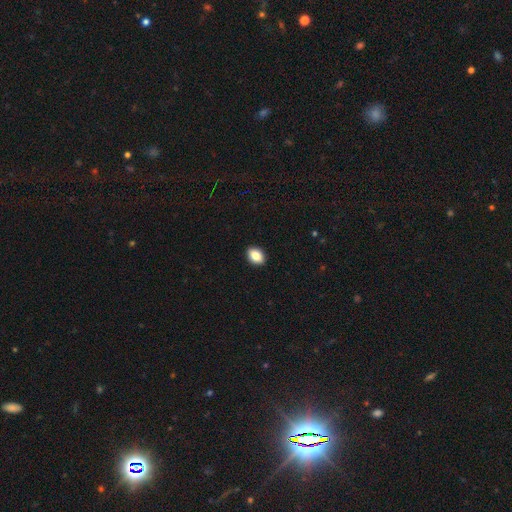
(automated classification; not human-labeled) Overall: smooth (86%). How rounded: in between (78%). Merging: none (92%).